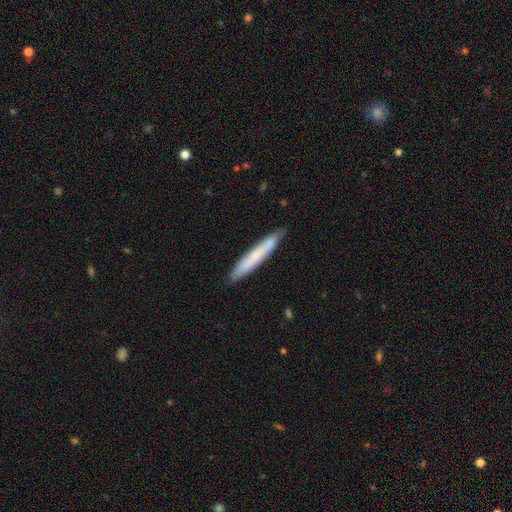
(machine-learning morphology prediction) Smooth or featured? smooth (68%)
How rounded? cigar-shaped (95%)
Merging? none (85%)